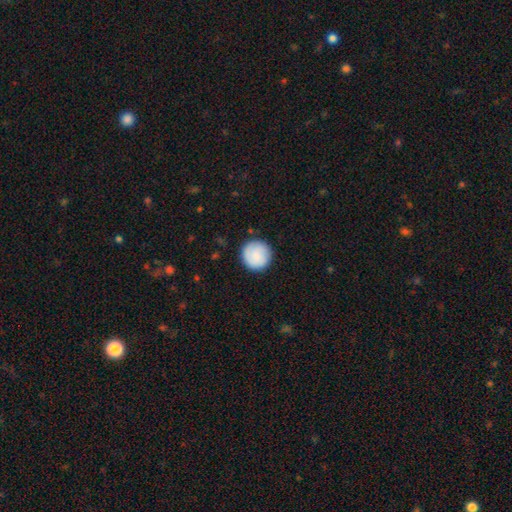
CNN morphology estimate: Smooth or featured: smooth — 85% (featured or disk — 10%)
How rounded: round — 96% (in between — 3%)
Merging: none — 89% (minor disturbance — 8%)